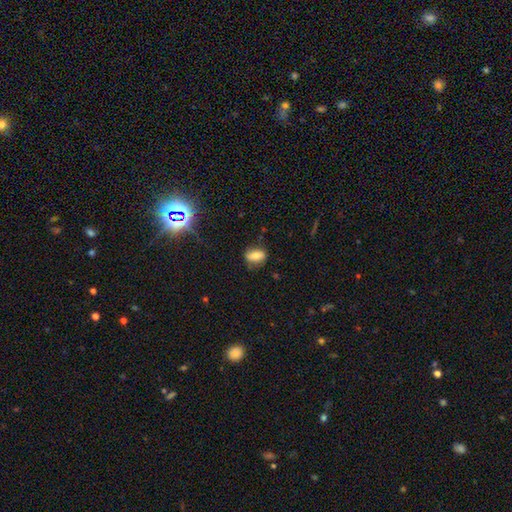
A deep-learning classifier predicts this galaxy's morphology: type=smooth (67%); roundness=in between (80%); merging=none (72%).